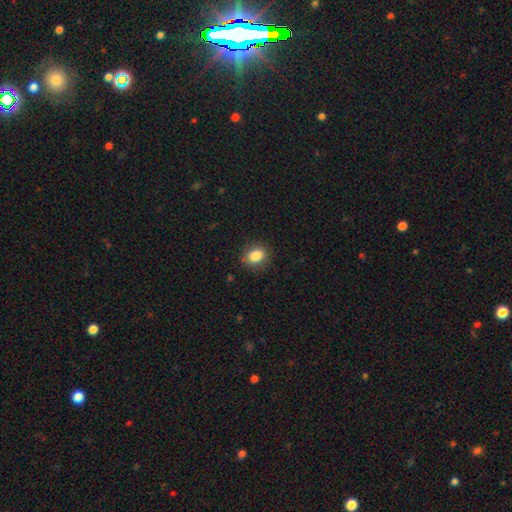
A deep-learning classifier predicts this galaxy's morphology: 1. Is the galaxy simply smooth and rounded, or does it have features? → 85% smooth, 10% star or artifact, 5% featured or disk.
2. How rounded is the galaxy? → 52% round, 46% in between, 1% cigar-shaped.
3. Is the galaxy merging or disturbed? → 86% none, 10% minor disturbance, 3% major disturbance, 1% merger.